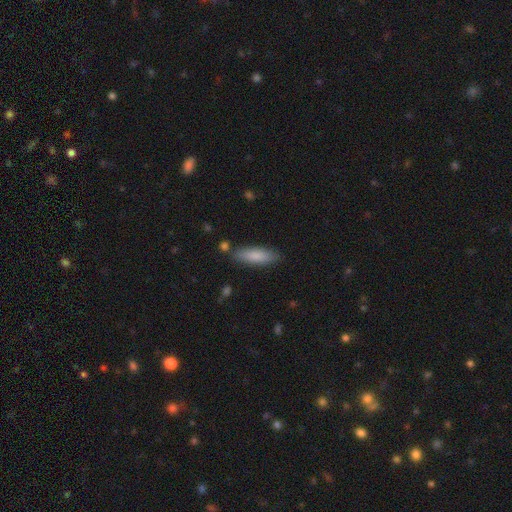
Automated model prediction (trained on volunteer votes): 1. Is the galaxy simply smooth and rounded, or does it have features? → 84% smooth, 11% featured or disk, 6% star or artifact.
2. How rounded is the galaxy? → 55% cigar-shaped, 43% in between, 2% round.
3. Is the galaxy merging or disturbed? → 83% none, 11% minor disturbance, 3% merger, 2% major disturbance.